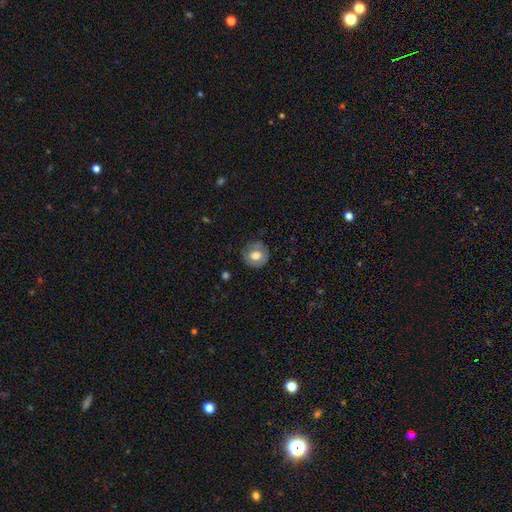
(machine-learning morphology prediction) The model was most divided on "smooth or featured": smooth: 65%, featured or disk: 27%, star or artifact: 8%. More confident: how rounded — round (89%); merging — none (81%).